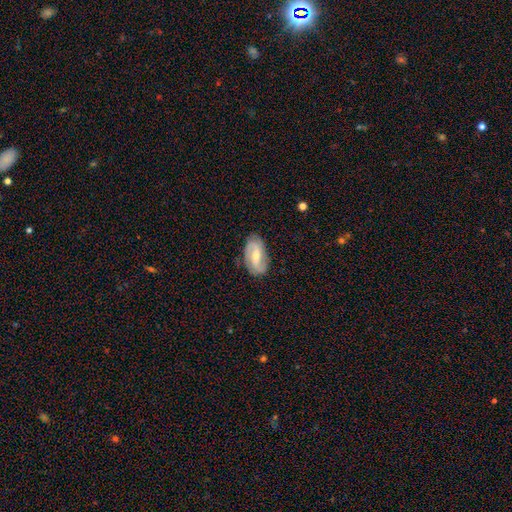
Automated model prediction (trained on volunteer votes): smooth-or-featured: featured or disk: 77% | smooth: 18% | star or artifact: 6%
  disk-edge-on: no: 95% | yes: 5%
    bar: weak: 44% | strong: 30% | no: 26%
    has-spiral-arms: yes: 92% | no: 8%
      spiral-winding: medium: 43% | tight: 30% | loose: 27%
      spiral-arm-count: 2: 79% | can't tell: 9% | 3: 6% | 1: 2% | 4: 2% | more than 4: 2%
    bulge-size: small: 48% (tied) | moderate: 48% (tied) | large: 2% | none: 2% | dominant: 1%
  merging: none: 80% | minor disturbance: 15% | major disturbance: 4% | merger: 1%